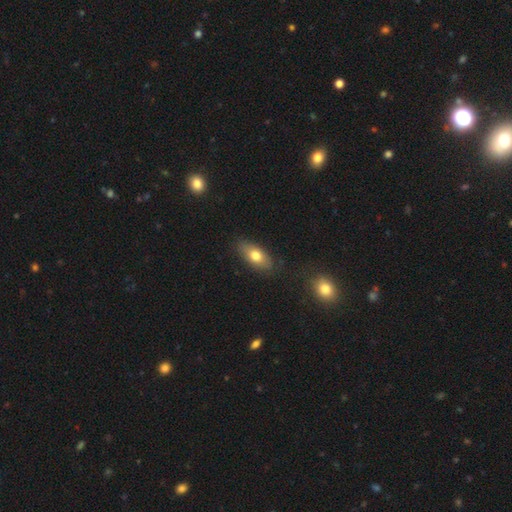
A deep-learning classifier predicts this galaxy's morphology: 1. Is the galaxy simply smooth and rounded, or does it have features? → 71% smooth, 22% featured or disk, 7% star or artifact.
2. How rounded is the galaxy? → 84% in between, 11% cigar-shaped, 5% round.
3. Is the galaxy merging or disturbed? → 82% none, 14% minor disturbance, 3% major disturbance, 2% merger.